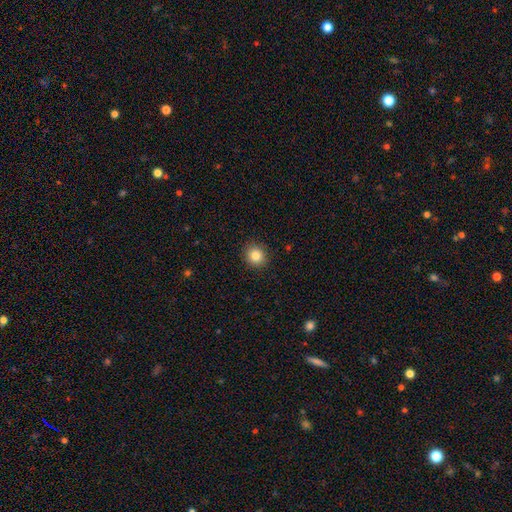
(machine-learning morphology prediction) This appears to be a smooth galaxy with no disk features (84%) that is round (82%). Merging: none (91%).